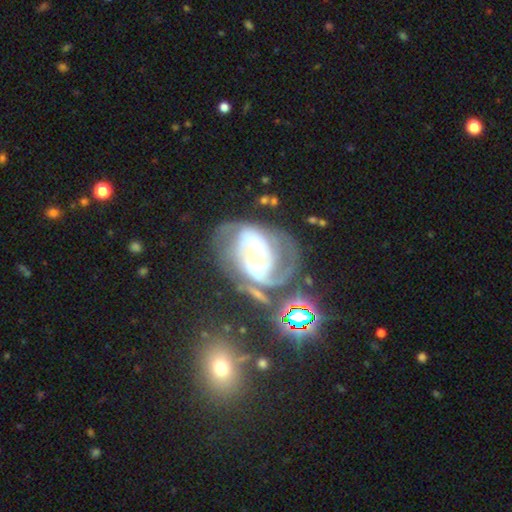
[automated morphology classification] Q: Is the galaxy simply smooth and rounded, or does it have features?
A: featured or disk — 87%.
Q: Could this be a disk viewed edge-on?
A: no — 97%.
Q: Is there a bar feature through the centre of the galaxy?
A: strong — 52%.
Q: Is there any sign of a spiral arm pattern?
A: yes — 94%.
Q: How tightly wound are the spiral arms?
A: medium — 47%.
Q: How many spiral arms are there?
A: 2 — 63%.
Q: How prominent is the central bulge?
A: small — 54%.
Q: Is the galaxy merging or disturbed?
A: none — 49%.